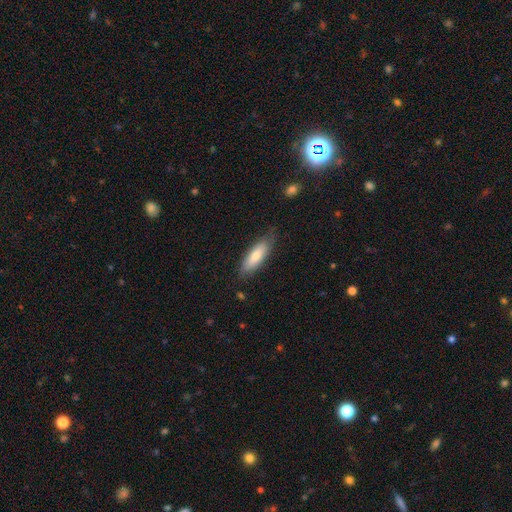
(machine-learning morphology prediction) Smooth or featured? smooth (72%)
How rounded? cigar-shaped (50%)
Merging? none (79%)